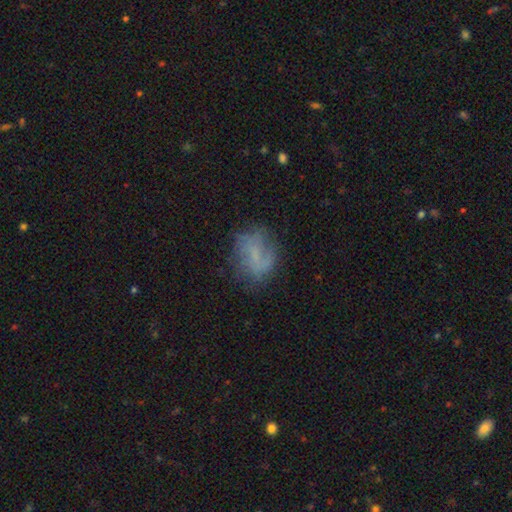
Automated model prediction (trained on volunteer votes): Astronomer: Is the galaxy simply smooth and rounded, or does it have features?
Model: featured or disk — 45% (runner-up: smooth, 43%).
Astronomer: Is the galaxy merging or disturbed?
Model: none — 57%.